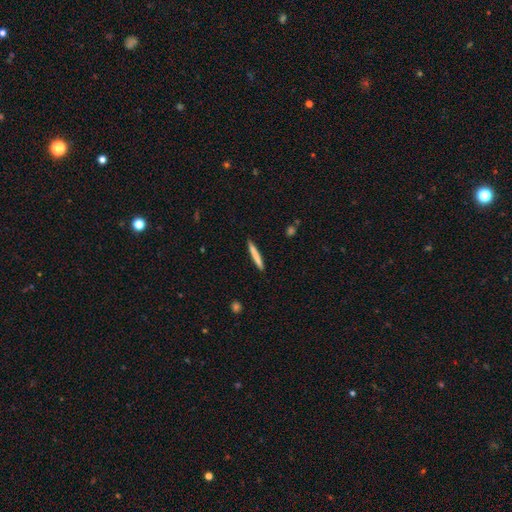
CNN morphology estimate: Smooth or featured: smooth — 73% (featured or disk — 21%)
How rounded: cigar-shaped — 96% (in between — 3%)
Merging: none — 91% (minor disturbance — 7%)